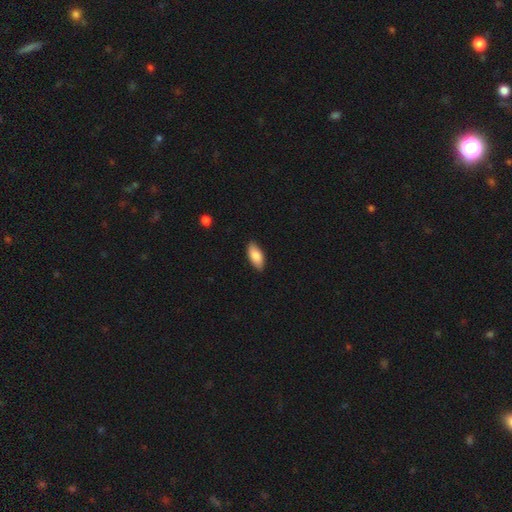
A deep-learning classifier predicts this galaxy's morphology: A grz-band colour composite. It shows a smooth galaxy with no disk features (86%) that is in between round and cigar-shaped (89%). Merging: none (87%).